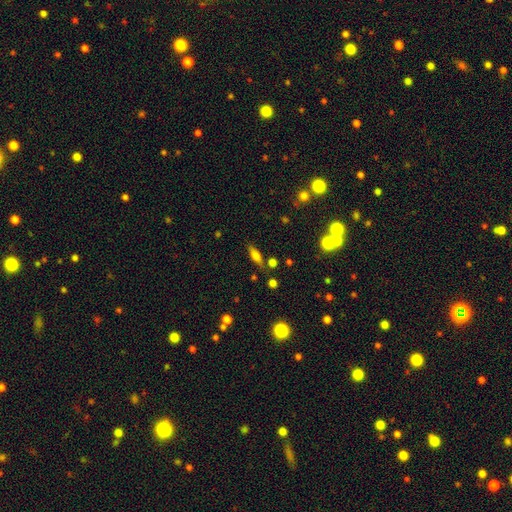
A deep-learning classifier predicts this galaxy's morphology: Smooth or featured? smooth (63%)
How rounded? in between (56%)
Merging? none (76%)